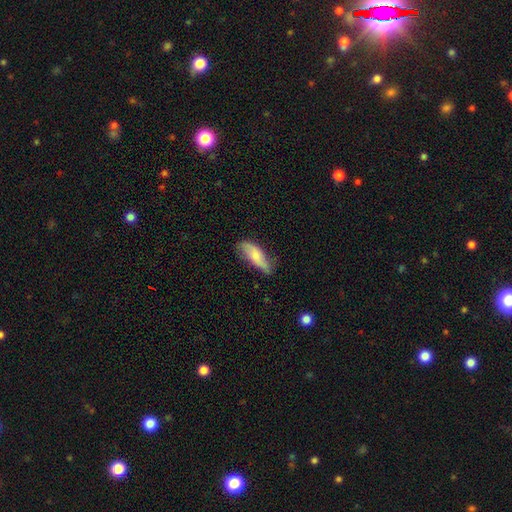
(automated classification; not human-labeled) smooth 68%, featured or disk 26%, star or artifact 6%. Down the decision tree: how rounded — in between (66%); merging — none (58%).